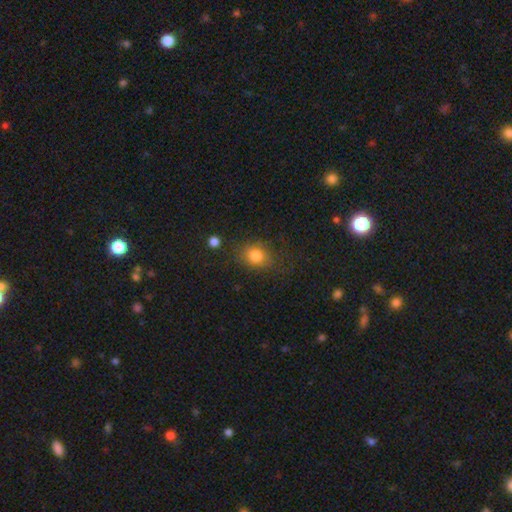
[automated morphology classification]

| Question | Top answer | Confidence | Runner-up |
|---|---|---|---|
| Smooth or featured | smooth | 82% | star or artifact (11%) |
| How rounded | round | 52% | in between (46%) |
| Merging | none | 73% | minor disturbance (17%) |